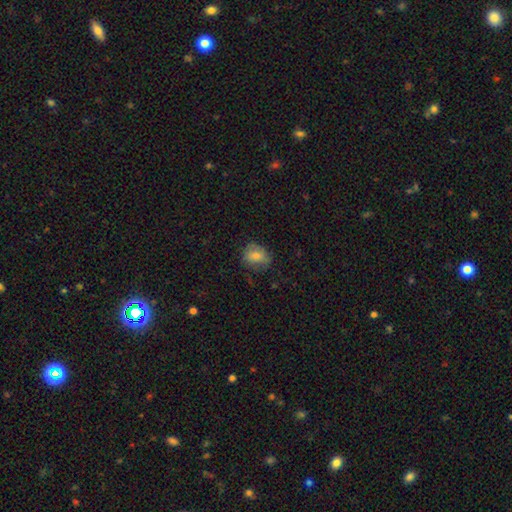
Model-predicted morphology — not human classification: This appears to be a smooth galaxy with no disk features (75%) that is round (51%). Merging: none (72%).